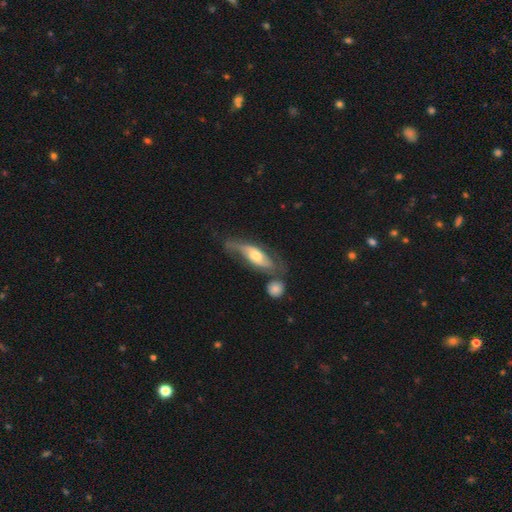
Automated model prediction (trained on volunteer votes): smooth_or_featured: featured or disk (p=0.62) [alt: smooth p=0.32]
disk_edge_on: no (p=0.72) [alt: yes p=0.28]
merging: none (p=0.43) [alt: minor disturbance p=0.24]